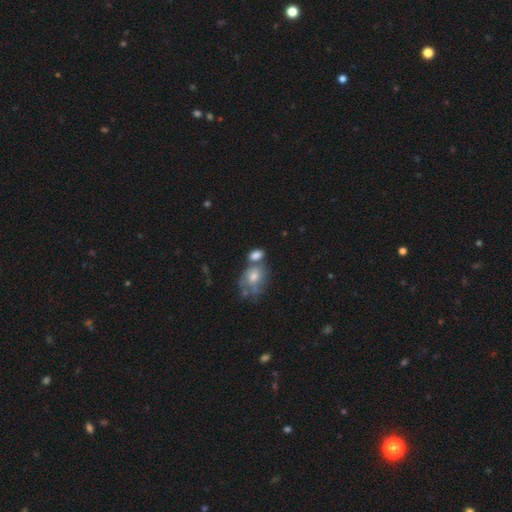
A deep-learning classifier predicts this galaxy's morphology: smooth 72%, featured or disk 19%, star or artifact 9%. Down the decision tree: how rounded — in between (77%); merging — merger (44%).